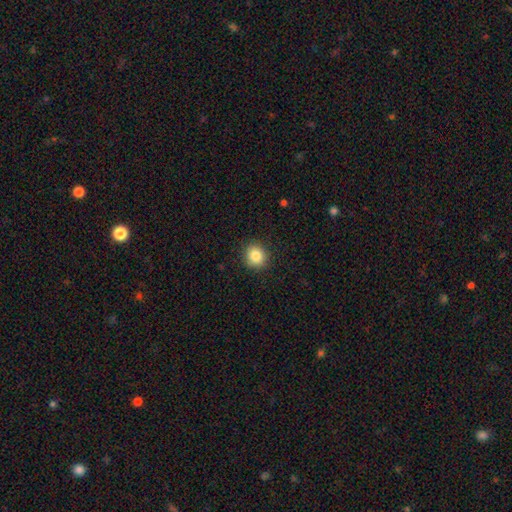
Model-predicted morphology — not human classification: Q: Smooth or featured?
A: smooth (84%); runner-up: star or artifact (10%)
Q: How rounded?
A: round (86%); runner-up: in between (13%)
Q: Merging?
A: none (90%); runner-up: minor disturbance (7%)